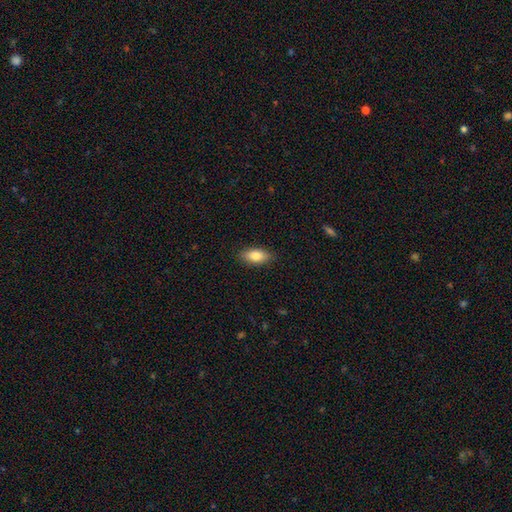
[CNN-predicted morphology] Smooth or featured? smooth (82%)
How rounded? in between (86%)
Merging? none (88%)